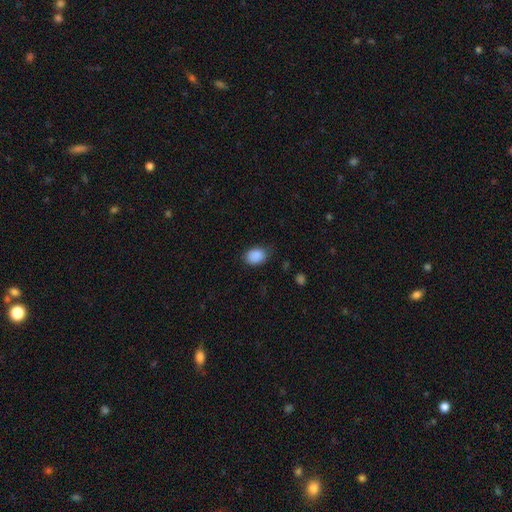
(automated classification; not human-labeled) Morphology: type=smooth (89%); roundness=in between (69%); merging=none (74%).